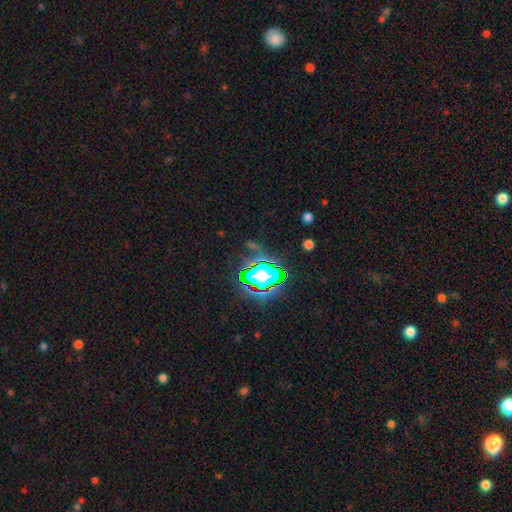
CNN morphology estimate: This is clearly a star or artifact rather than a galaxy (81%).